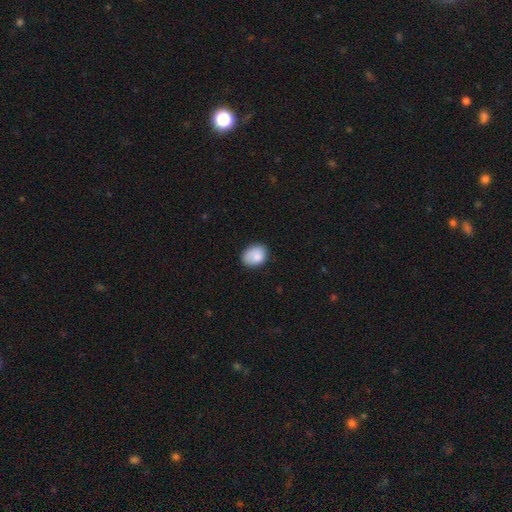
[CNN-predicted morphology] Smooth or featured: smooth — 85% (featured or disk — 8%)
How rounded: in between — 68% (round — 31%)
Merging: none — 72% (minor disturbance — 22%)